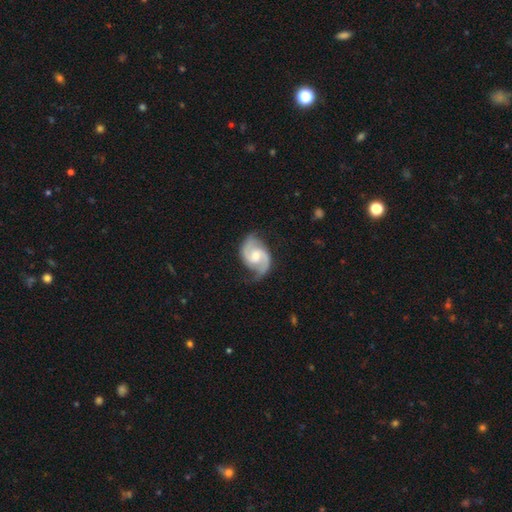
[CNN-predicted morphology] featured or disk 90%, smooth 6%, star or artifact 4%. Down the decision tree: edge-on disk — no (98%); bar — weak (48%); spiral arms — yes (98%); spiral arm count — 2 (94%); spiral winding — medium (58%); bulge size — moderate (57%); merging — none (74%).